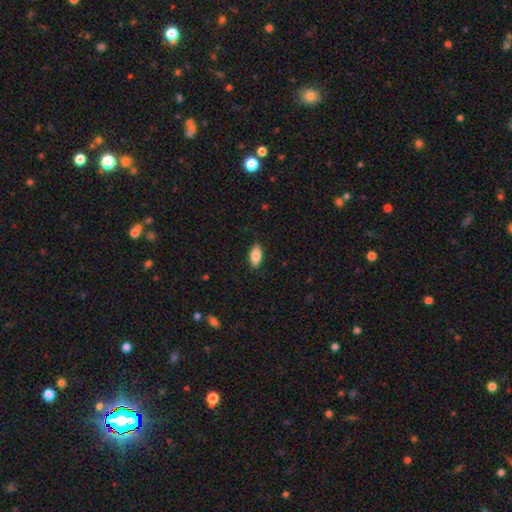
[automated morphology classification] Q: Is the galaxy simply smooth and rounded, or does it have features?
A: smooth — 83%.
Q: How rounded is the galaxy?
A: in between — 90%.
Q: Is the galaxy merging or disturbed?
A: none — 88%.